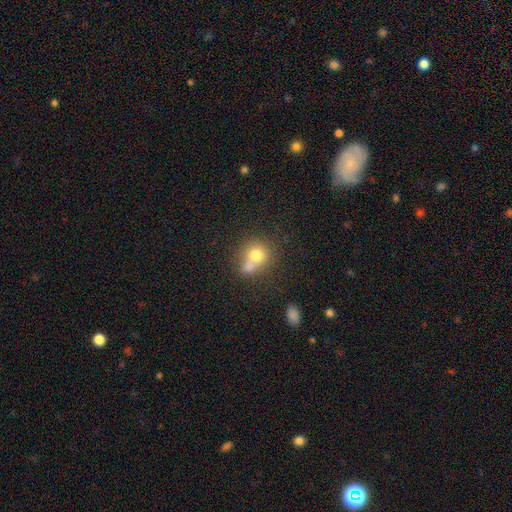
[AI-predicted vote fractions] Morphology: type=smooth (73%); roundness=round (75%); merging=merger (50%).